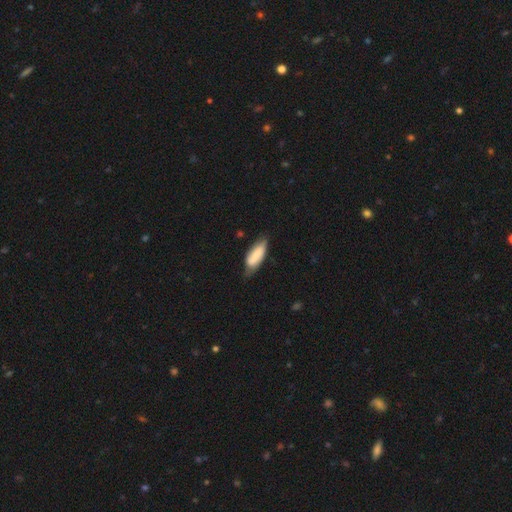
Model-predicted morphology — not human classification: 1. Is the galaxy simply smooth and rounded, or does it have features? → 76% smooth, 18% featured or disk, 6% star or artifact.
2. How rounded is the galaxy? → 73% in between, 25% cigar-shaped, 2% round.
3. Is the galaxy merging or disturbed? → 52% none, 36% minor disturbance, 9% major disturbance, 2% merger.